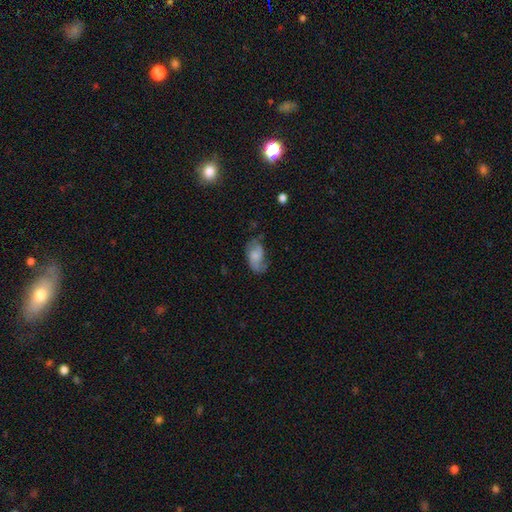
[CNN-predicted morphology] Q: Smooth or featured?
A: smooth (48%); runner-up: featured or disk (44%)
Q: Merging?
A: none (51%); runner-up: minor disturbance (29%)